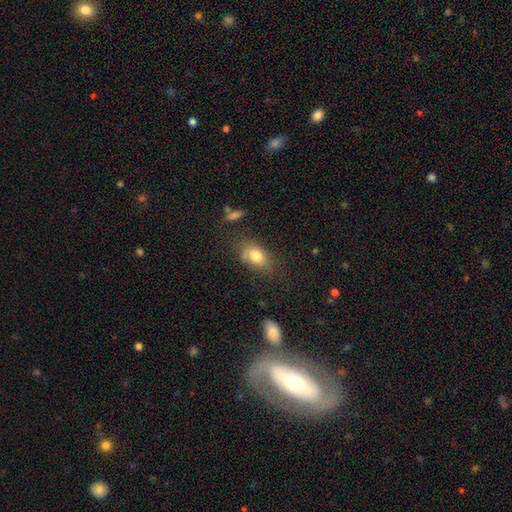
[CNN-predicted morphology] smooth 79%, featured or disk 12%, star or artifact 9%. Down the decision tree: how rounded — in between (84%); merging — none (66%).